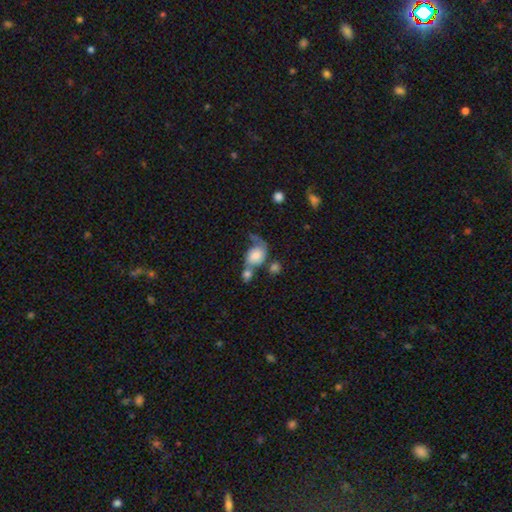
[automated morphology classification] Q: Smooth or featured?
A: smooth (66%); runner-up: featured or disk (26%)
Q: How rounded?
A: in between (54%); runner-up: round (44%)
Q: Merging?
A: merger (38%); runner-up: major disturbance (24%)